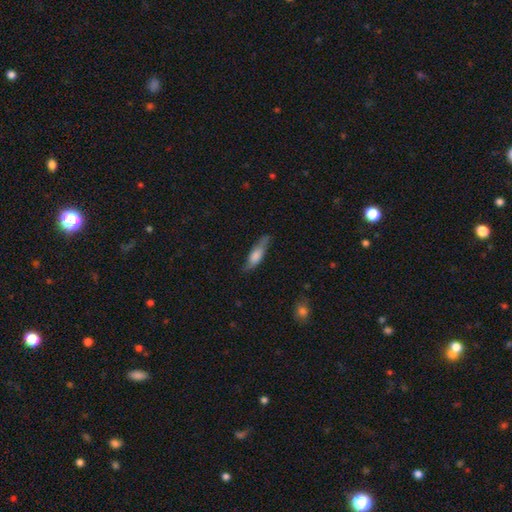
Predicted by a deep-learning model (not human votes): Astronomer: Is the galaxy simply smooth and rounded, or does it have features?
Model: smooth — 51% (runner-up: featured or disk, 42%).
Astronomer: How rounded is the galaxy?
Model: cigar-shaped — 64%.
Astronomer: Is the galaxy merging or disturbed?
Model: none — 72%.